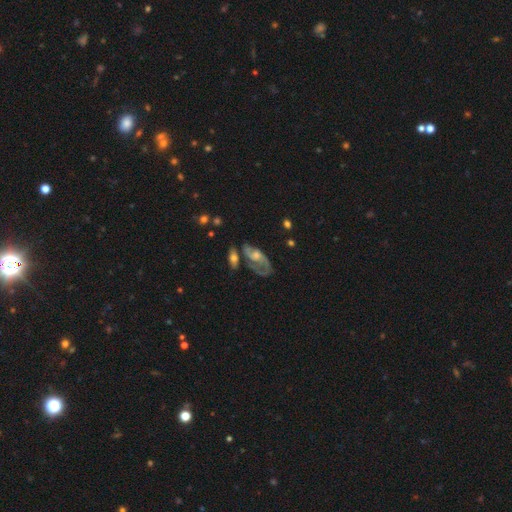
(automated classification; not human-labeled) A featured or disk galaxy (70%) with no bar (69%), 2 (51%) medium (43%) spiral arms (81%) and a moderate central bulge (43%).

Vote fractions:
- Smooth or featured? featured or disk: 70% / smooth: 22% / star or artifact: 8%
- Edge-on disk? no: 92% / yes: 8%
- Bar? no: 69% / weak: 27% / strong: 5%
- Spiral arms? yes: 81% / no: 19%
- Spiral winding? medium: 43% / loose: 34% / tight: 23%
- Spiral arm count? 2: 51% / 1: 21% / can't tell: 19% / 3: 5% / 4: 2% / more than 4: 2%
- Bulge size? moderate: 43% / small: 39% / none: 9% / large: 7% / dominant: 2%
- Merging? none: 34% / major disturbance: 31% / minor disturbance: 21% / merger: 14%